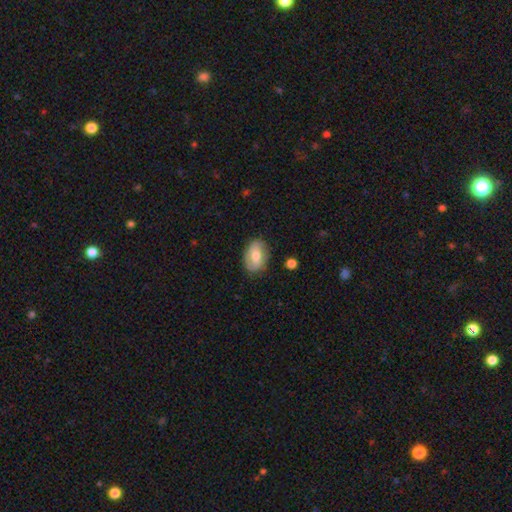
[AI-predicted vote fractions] A smooth galaxy with no disk features (58%) that is in between round and cigar-shaped (86%).

Vote fractions:
- Smooth or featured? smooth: 58% / featured or disk: 35% / star or artifact: 7%
- How rounded? in between: 86% / round: 12% / cigar-shaped: 2%
- Merging? none: 82% / minor disturbance: 14% / major disturbance: 3% / merger: 1%